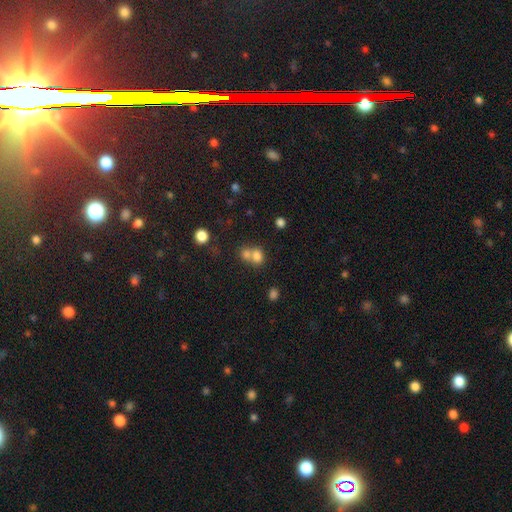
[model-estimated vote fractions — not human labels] This is likely a smooth galaxy (75%). How rounded: possibly round (57%). Merging: possibly merger (59%).